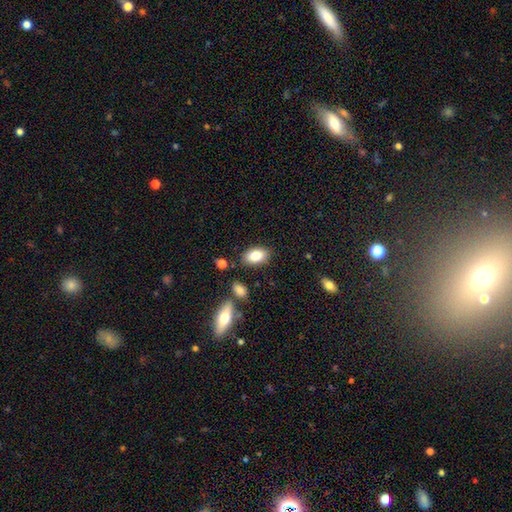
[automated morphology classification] smooth-or-featured: smooth: 83% | featured or disk: 10% | star or artifact: 7%
  how-rounded: in between: 91% | round: 7% | cigar-shaped: 2%
  merging: none: 82% | minor disturbance: 11% | merger: 4% | major disturbance: 3%